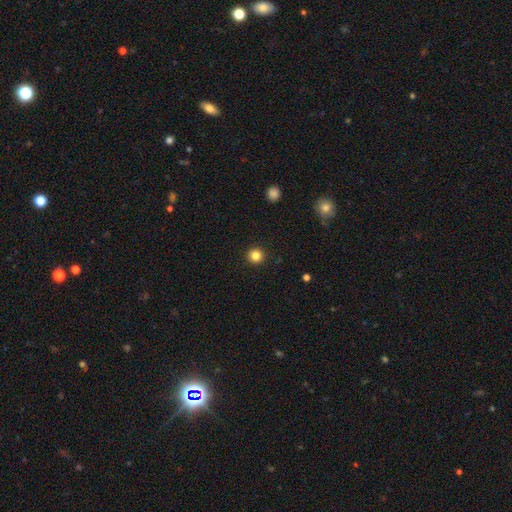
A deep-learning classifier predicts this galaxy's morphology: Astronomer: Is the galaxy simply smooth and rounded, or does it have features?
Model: smooth — 84%.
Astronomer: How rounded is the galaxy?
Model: round — 96%.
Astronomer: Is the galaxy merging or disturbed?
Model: none — 93%.